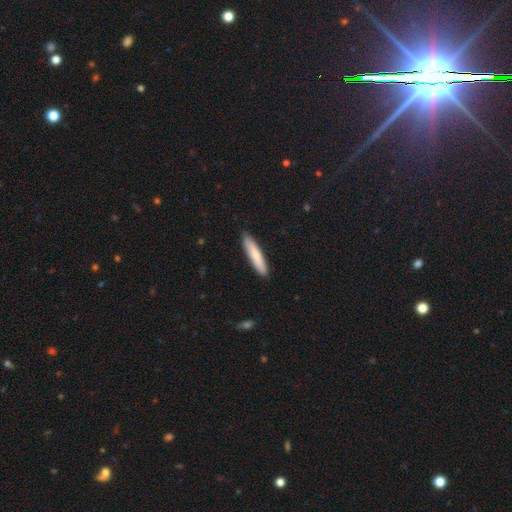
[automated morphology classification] A smooth galaxy with no disk features (78%) that is cigar-shaped (89%). Merging: none (90%).